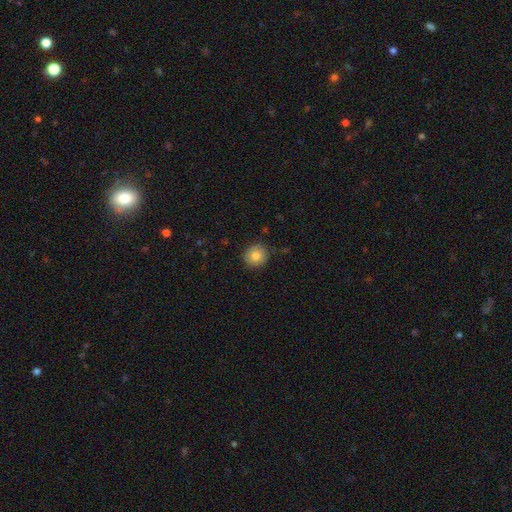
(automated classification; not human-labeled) The model was most divided on "smooth or featured": smooth: 79%, featured or disk: 12%, star or artifact: 9%. More confident: how rounded — round (91%); merging — none (87%).